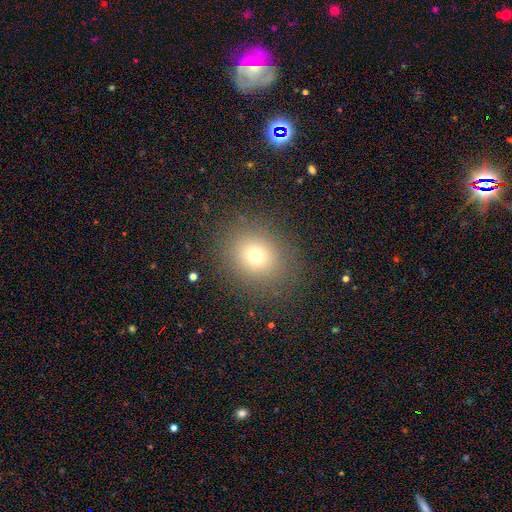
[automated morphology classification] Overall: smooth (70%). How rounded: round (76%). Merging: none (86%).